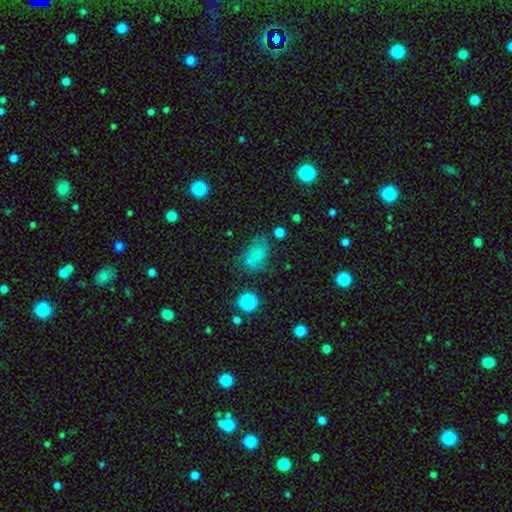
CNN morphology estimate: A smooth galaxy with no disk features (65%) that is in between round and cigar-shaped (75%).

Vote fractions:
- Smooth or featured? smooth: 65% / featured or disk: 19% / star or artifact: 16%
- How rounded? in between: 75% / round: 23% / cigar-shaped: 2%
- Merging? none: 46% / minor disturbance: 23% / merger: 18% / major disturbance: 13%